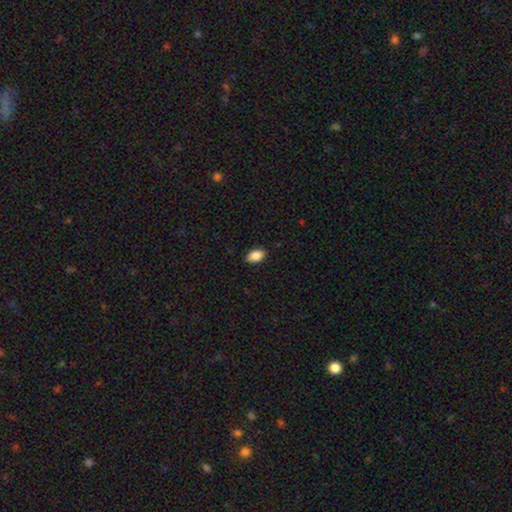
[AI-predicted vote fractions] This is clearly a smooth galaxy (87%). How rounded: clearly in between (91%). Merging: clearly none (87%).